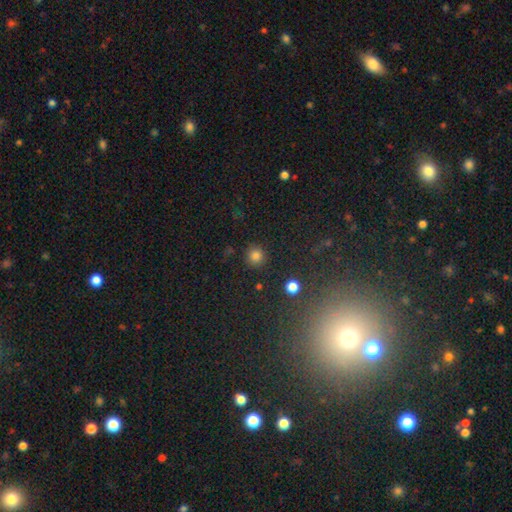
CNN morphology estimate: Smooth or featured? Predicted: smooth (p=0.82). How rounded? Predicted: round (p=0.94). Merging? Predicted: none (p=0.89).